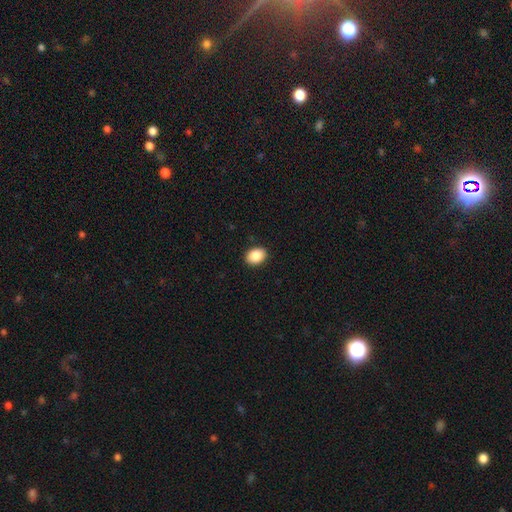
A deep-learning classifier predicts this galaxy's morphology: type=smooth (88%); roundness=in between (70%); merging=none (91%).